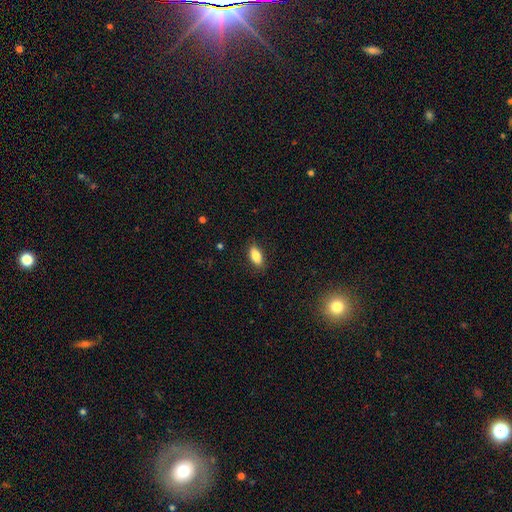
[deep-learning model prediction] Smooth or featured? smooth (85%)
How rounded? in between (89%)
Merging? none (86%)